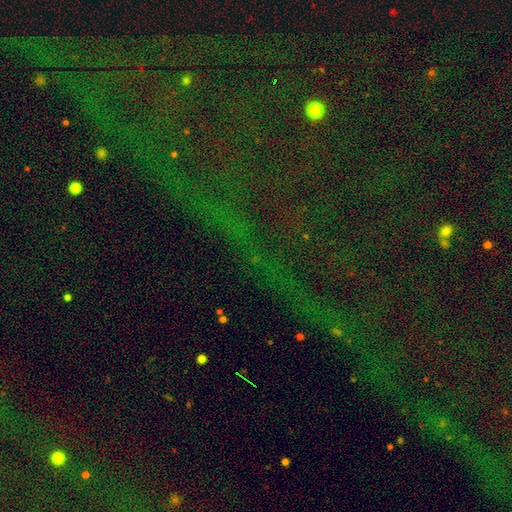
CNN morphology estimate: A star or artifact, not a galaxy (82%).